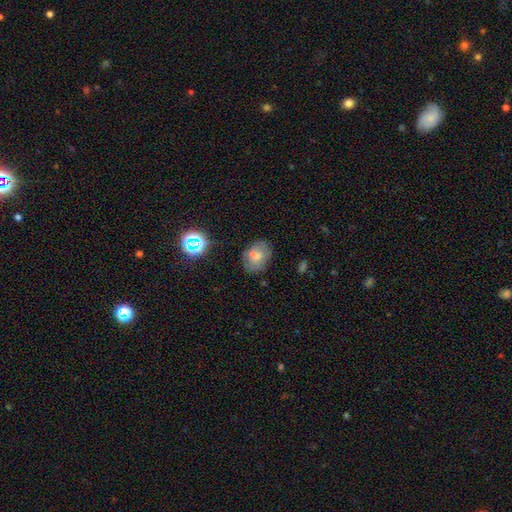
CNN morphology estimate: A smooth galaxy with no disk features (65%) that is in between round and cigar-shaped (63%). Merging: none (62%).